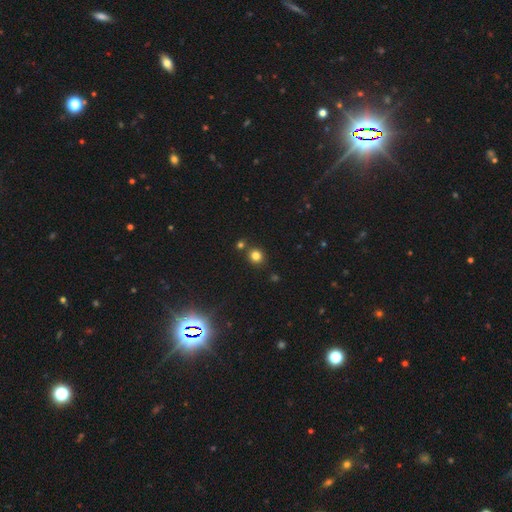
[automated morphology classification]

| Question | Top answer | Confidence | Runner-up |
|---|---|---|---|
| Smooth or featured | smooth | 80% | star or artifact (15%) |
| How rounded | round | 87% | in between (13%) |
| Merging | none | 81% | merger (9%) |